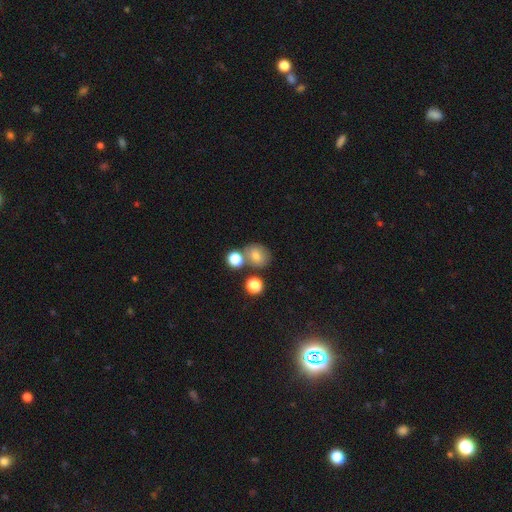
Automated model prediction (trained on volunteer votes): This is likely a smooth galaxy (74%). How rounded: likely round (68%). Merging: likely none (62%).